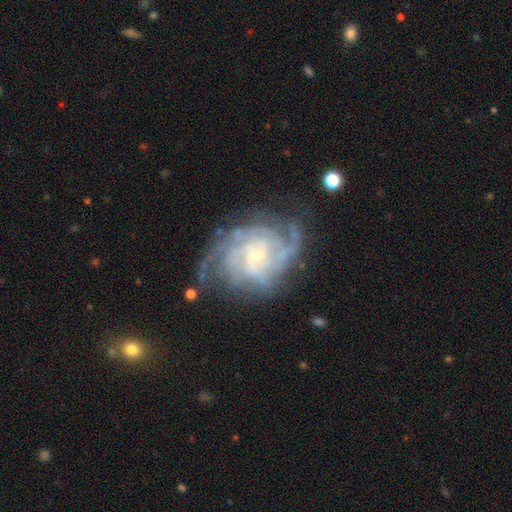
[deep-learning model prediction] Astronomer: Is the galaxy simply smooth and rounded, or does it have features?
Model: featured or disk — 88%.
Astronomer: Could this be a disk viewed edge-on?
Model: no — 97%.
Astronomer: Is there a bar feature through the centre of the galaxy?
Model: no — 62%.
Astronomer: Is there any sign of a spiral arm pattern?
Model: yes — 97%.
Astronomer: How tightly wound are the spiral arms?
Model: tight — 57% (runner-up: medium, 35%).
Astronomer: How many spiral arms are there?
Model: can't tell — 26% (runner-up: 4, 24%).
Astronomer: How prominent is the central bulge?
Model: small — 73%.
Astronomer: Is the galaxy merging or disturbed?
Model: none — 67%.